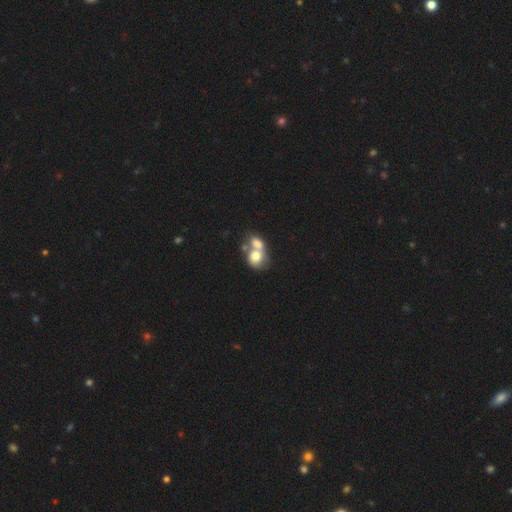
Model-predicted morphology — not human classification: Smooth or featured? smooth (70%)
How rounded? round (54%)
Merging? merger (72%)